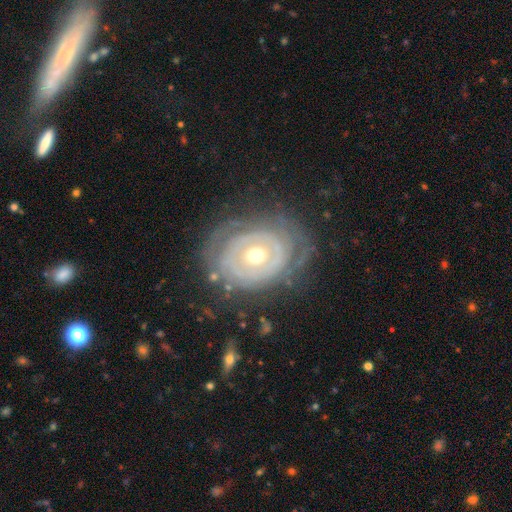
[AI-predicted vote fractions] smooth-or-featured: featured or disk: 78% | smooth: 16% | star or artifact: 6%
  disk-edge-on: no: 95% | yes: 5%
    bar: no: 80% | weak: 14% | strong: 6%
    has-spiral-arms: yes: 62% | no: 38%
    bulge-size: moderate: 61% | small: 33% | large: 3% | dominant: 1% | none: 1%
  merging: none: 69% | minor disturbance: 18% | major disturbance: 10% | merger: 2%